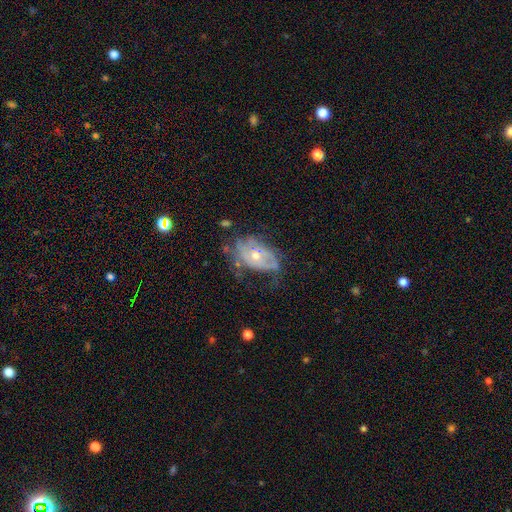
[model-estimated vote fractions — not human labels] Q: Smooth or featured?
A: featured or disk (75%); runner-up: smooth (17%)
Q: Edge-on disk?
A: no (95%); runner-up: yes (5%)
Q: Bar?
A: no (75%); runner-up: weak (20%)
Q: Spiral arms?
A: yes (78%); runner-up: no (22%)
Q: Spiral winding?
A: tight (52%); runner-up: medium (33%)
Q: Spiral arm count?
A: can't tell (45%); runner-up: 2 (28%)
Q: Bulge size?
A: small (51%); runner-up: moderate (45%)
Q: Merging?
A: none (47%); runner-up: minor disturbance (29%)